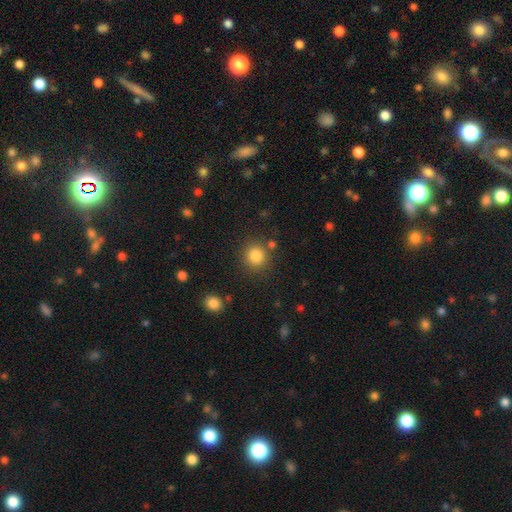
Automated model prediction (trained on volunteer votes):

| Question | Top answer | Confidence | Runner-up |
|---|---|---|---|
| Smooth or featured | smooth | 84% | star or artifact (11%) |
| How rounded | round | 89% | in between (10%) |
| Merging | none | 82% | minor disturbance (8%) |